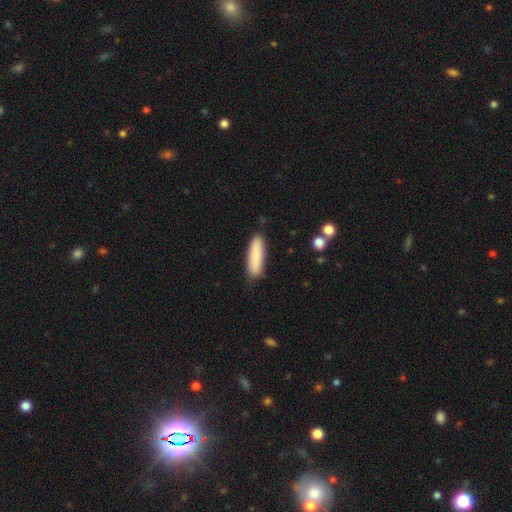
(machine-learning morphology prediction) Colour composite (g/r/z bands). It shows a smooth galaxy with no disk features (86%) that is cigar-shaped (66%). Merging: none (85%).